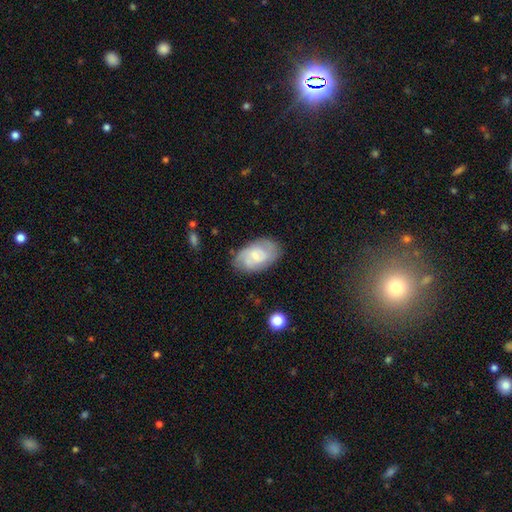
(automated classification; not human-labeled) featured or disk 62%, smooth 32%, star or artifact 7%. Down the decision tree: edge-on disk — no (96%); bar — weak (50%); spiral arms — yes (89%); spiral arm count — 2 (49%); spiral winding — tight (46%); bulge size — small (57%); merging — none (77%).